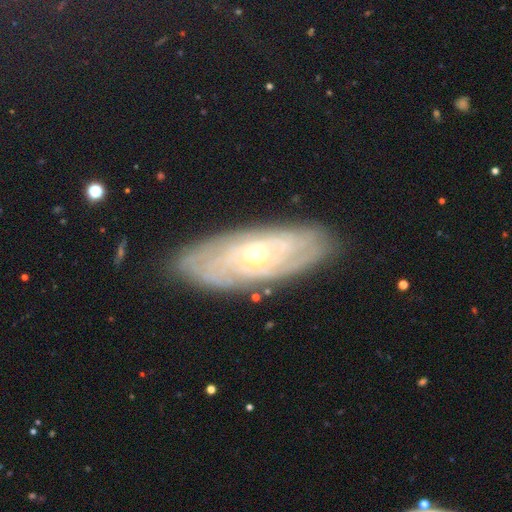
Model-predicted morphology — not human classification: smooth-or-featured: featured or disk: 78% | smooth: 15% | star or artifact: 7%
  disk-edge-on: no: 84% | yes: 16%
    bar: no: 74% | weak: 20% | strong: 6%
    has-spiral-arms: yes: 88% | no: 12%
      spiral-winding: tight: 79% | medium: 17% | loose: 4%
      spiral-arm-count: can't tell: 57% | 2: 14% | 3: 9% | 4: 8% | more than 4: 6% | 1: 5%
    bulge-size: small: 64% | moderate: 33% | large: 1% | none: 1% | dominant: 1%
  merging: none: 84% | minor disturbance: 12% | major disturbance: 3% | merger: 1%